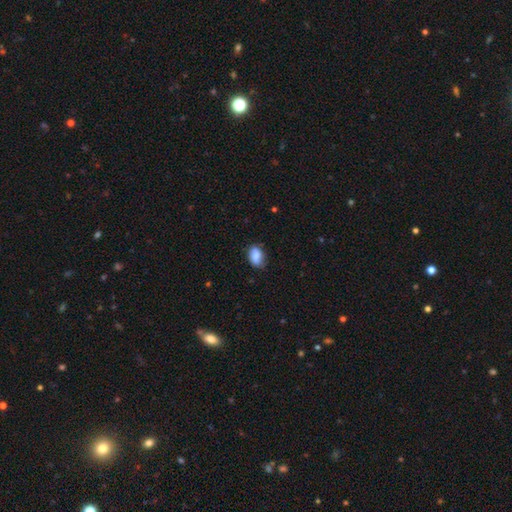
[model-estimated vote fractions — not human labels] smooth-or-featured: smooth: 85% | featured or disk: 8% | star or artifact: 7%
  how-rounded: in between: 87% | round: 11% | cigar-shaped: 2%
  merging: none: 74% | minor disturbance: 21% | major disturbance: 4% | merger: 1%